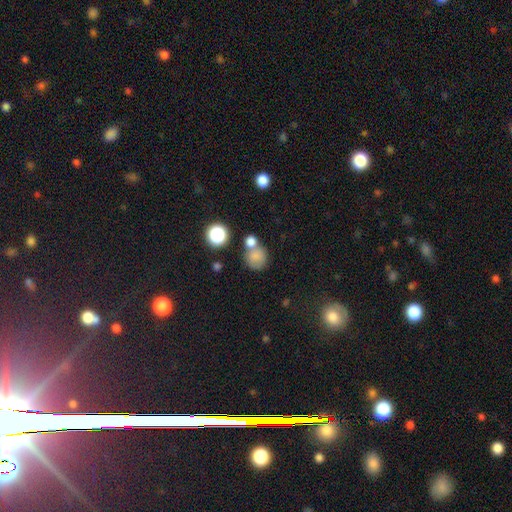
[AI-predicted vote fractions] A smooth galaxy with no disk features (77%) that is round (82%).

Vote fractions:
- Smooth or featured? smooth: 77% / star or artifact: 14% / featured or disk: 10%
- How rounded? round: 82% / in between: 17% / cigar-shaped: 1%
- Merging? none: 49% / merger: 34% / minor disturbance: 12% / major disturbance: 6%